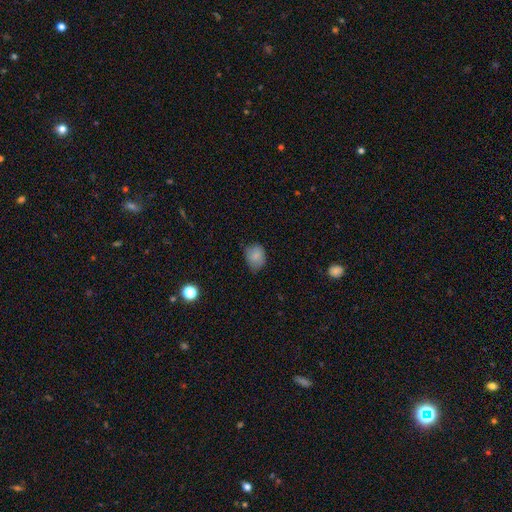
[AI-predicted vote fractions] This appears to be a smooth galaxy with no disk features (82%) that is round (50%). Merging: none (64%).